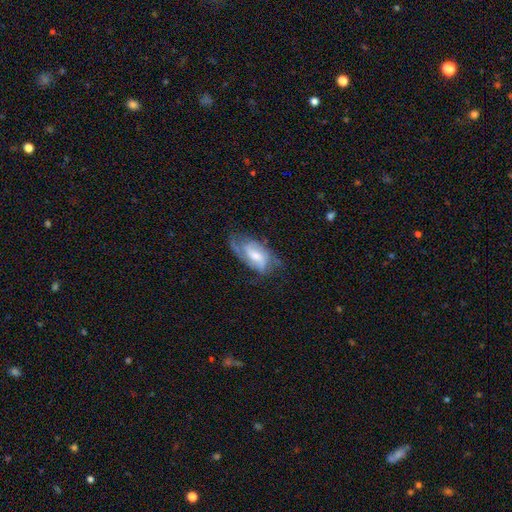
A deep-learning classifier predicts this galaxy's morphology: Smooth or featured?
  - featured or disk: 74% *
  - smooth: 20%
  - star or artifact: 6%
Edge-on disk?
  - no: 95% *
  - yes: 5%
Bar?
  - weak: 46% *
  - no: 40%
  - strong: 14%
Spiral arms?
  - yes: 92% *
  - no: 8%
Spiral winding?
  - medium: 46% *
  - tight: 29%
  - loose: 25%
Spiral arm count?
  - 2: 54% *
  - can't tell: 20%
  - 3: 12%
  - 1: 9%
  - 4: 3%
  - more than 4: 2%
Bulge size?
  - moderate: 48% *
  - small: 37%
  - large: 8%
  - none: 5%
  - dominant: 1%
Merging?
  - none: 55% *
  - minor disturbance: 25%
  - major disturbance: 18%
  - merger: 2%